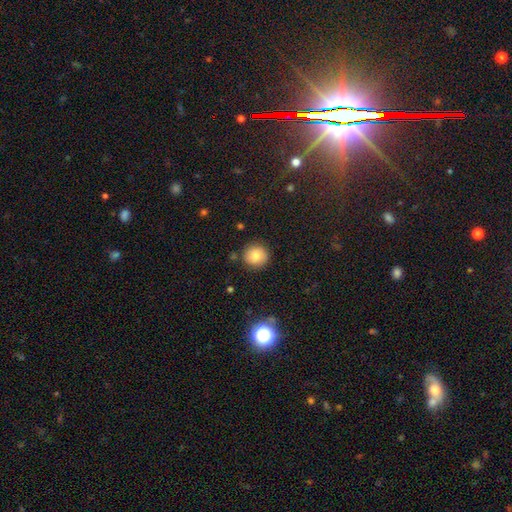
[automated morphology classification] This appears to be a smooth galaxy with no disk features (80%) that is round (93%). Merging: none (88%).